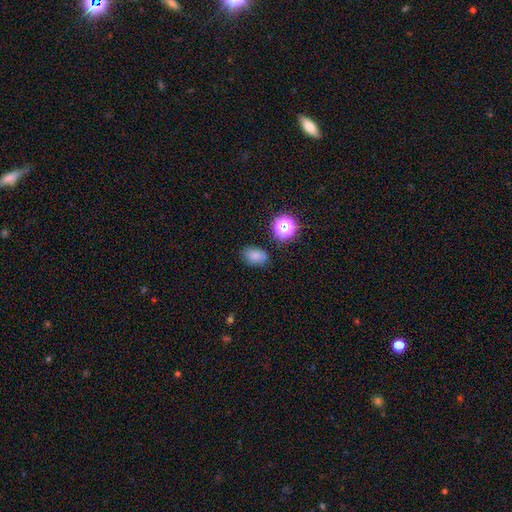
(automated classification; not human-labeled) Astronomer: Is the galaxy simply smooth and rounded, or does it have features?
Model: smooth — 77%.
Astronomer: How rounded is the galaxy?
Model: in between — 81%.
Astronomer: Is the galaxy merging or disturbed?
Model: none — 76%.